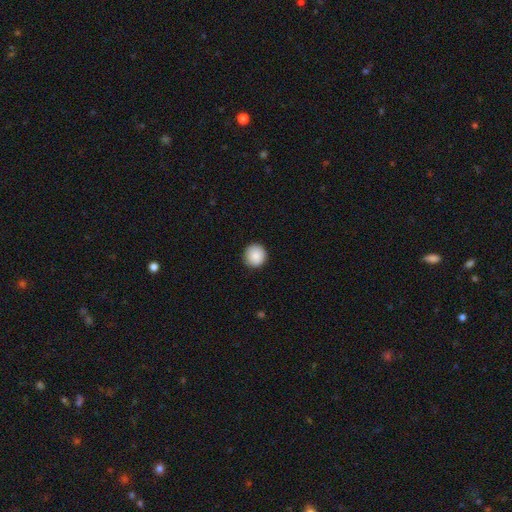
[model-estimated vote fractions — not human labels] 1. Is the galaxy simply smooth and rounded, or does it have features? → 89% smooth, 8% star or artifact, 4% featured or disk.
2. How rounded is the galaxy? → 94% round, 5% in between, 1% cigar-shaped.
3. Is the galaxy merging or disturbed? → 91% none, 7% minor disturbance, 2% major disturbance, 1% merger.